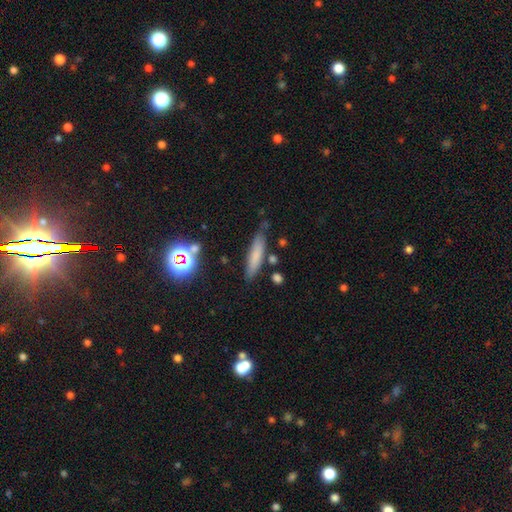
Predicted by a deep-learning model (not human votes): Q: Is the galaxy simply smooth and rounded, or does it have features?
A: smooth — 72%.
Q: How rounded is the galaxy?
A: cigar-shaped — 79%.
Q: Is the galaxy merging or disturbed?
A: none — 78%.